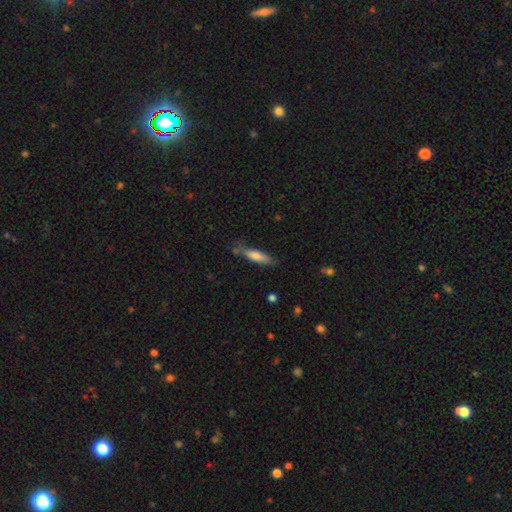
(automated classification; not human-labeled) Smooth or featured?
  - smooth: 72% *
  - featured or disk: 22%
  - star or artifact: 6%
How rounded?
  - cigar-shaped: 70% *
  - in between: 28%
  - round: 2%
Merging?
  - none: 62% *
  - minor disturbance: 26%
  - major disturbance: 7%
  - merger: 5%